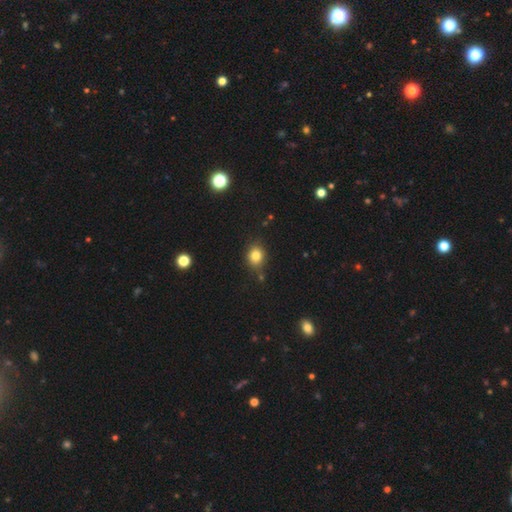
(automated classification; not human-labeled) The model was most divided on "how rounded": round: 62%, in between: 37%, cigar-shaped: 1%. More confident: smooth or featured — smooth (81%); merging — none (76%).